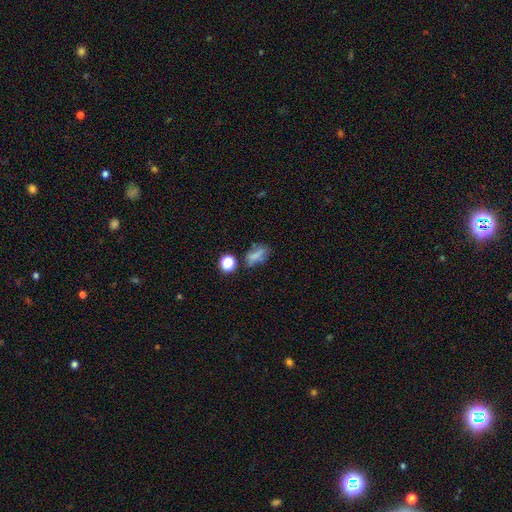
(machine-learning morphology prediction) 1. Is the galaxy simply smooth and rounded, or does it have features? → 65% smooth, 18% star or artifact, 17% featured or disk.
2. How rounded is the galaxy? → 67% in between, 20% round, 12% cigar-shaped.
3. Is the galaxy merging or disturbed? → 54% none, 22% minor disturbance, 13% major disturbance, 11% merger.